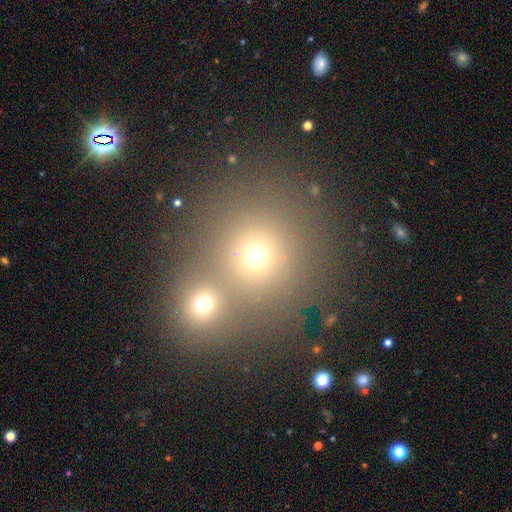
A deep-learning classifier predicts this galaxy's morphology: A smooth galaxy with no disk features (64%) that is round (87%). Merging: merger (47%).